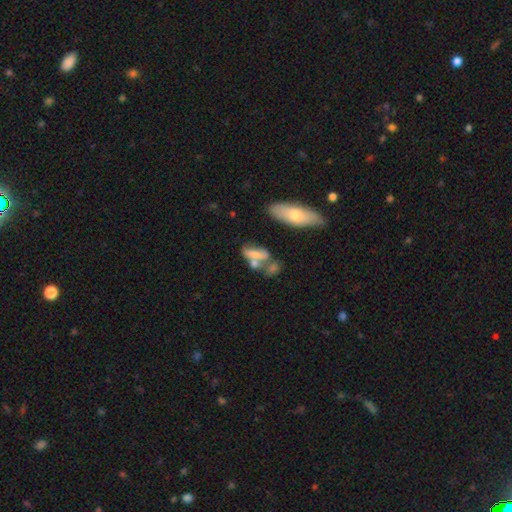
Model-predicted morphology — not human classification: This is possibly a smooth galaxy (60%). How rounded: likely in between (68%). Merging: marginally merger (42%).